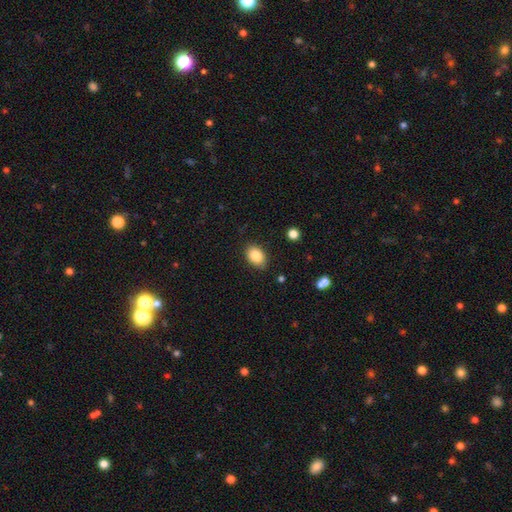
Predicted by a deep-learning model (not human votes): A smooth galaxy with no disk features (85%) that is in between round and cigar-shaped (79%).

Vote fractions:
- Smooth or featured? smooth: 85% / star or artifact: 8% / featured or disk: 6%
- How rounded? in between: 79% / round: 19% / cigar-shaped: 1%
- Merging? none: 83% / minor disturbance: 13% / major disturbance: 3% / merger: 1%